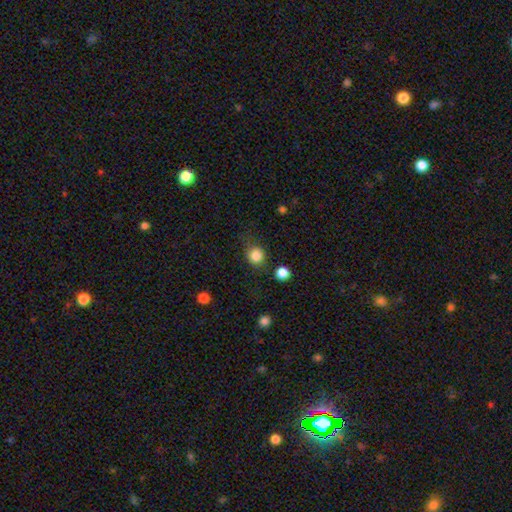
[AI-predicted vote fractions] Smooth or featured?
  - smooth: 84% *
  - star or artifact: 11%
  - featured or disk: 5%
How rounded?
  - round: 84% *
  - in between: 15%
  - cigar-shaped: 1%
Merging?
  - none: 70% *
  - minor disturbance: 18%
  - major disturbance: 7%
  - merger: 4%